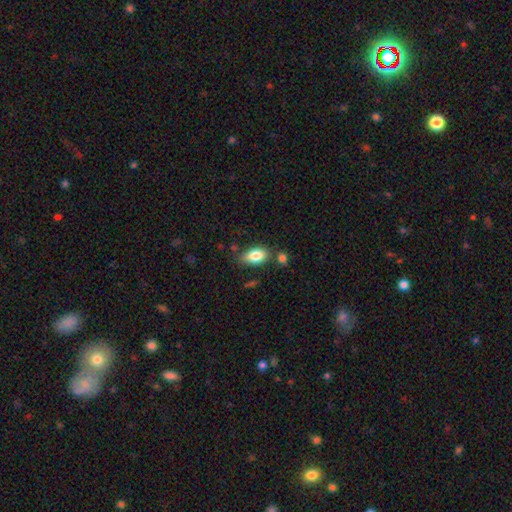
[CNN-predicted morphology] A smooth galaxy with no disk features (83%) that is in between round and cigar-shaped (90%).

Vote fractions:
- Smooth or featured? smooth: 83% / featured or disk: 10% / star or artifact: 8%
- How rounded? in between: 90% / round: 6% / cigar-shaped: 4%
- Merging? none: 68% / minor disturbance: 18% / merger: 9% / major disturbance: 4%